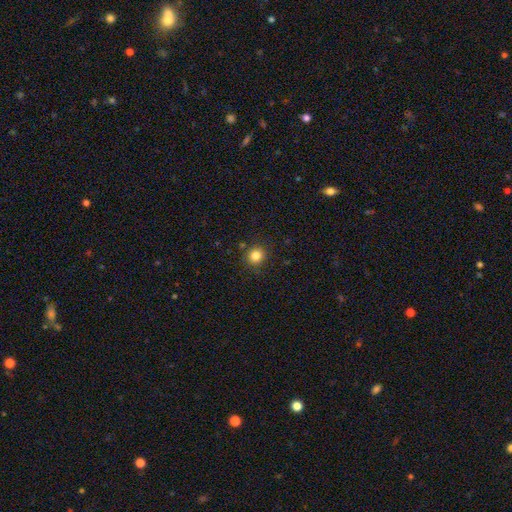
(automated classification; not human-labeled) Smooth or featured?
  - smooth: 83% *
  - star or artifact: 12%
  - featured or disk: 5%
How rounded?
  - round: 89% *
  - in between: 10%
  - cigar-shaped: 1%
Merging?
  - none: 87% *
  - minor disturbance: 8%
  - merger: 3%
  - major disturbance: 2%